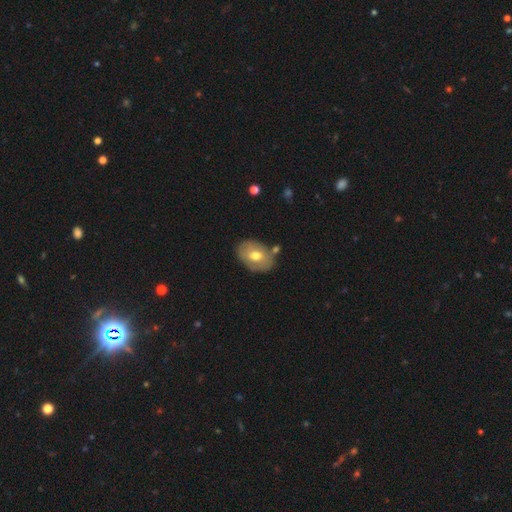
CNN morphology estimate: smooth 61%, featured or disk 32%, star or artifact 7%. Down the decision tree: how rounded — in between (77%); merging — none (72%).